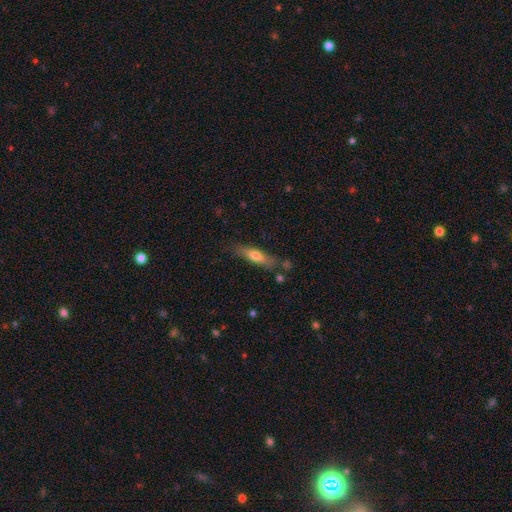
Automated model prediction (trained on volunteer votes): Smooth or featured? smooth (62%)
How rounded? cigar-shaped (65%)
Merging? none (74%)